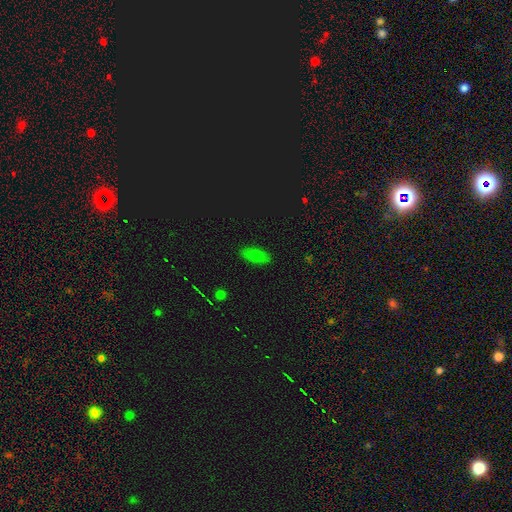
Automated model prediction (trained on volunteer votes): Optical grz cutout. It shows a smooth galaxy with no disk features (72%) that is in between round and cigar-shaped (89%). Merging: none (85%).